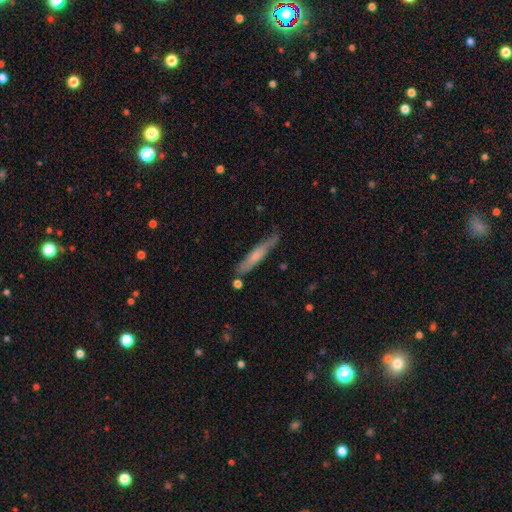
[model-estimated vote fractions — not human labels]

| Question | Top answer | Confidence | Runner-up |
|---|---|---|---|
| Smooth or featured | smooth | 53% | featured or disk (41%) |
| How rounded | cigar-shaped | 91% | in between (8%) |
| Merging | none | 74% | minor disturbance (19%) |